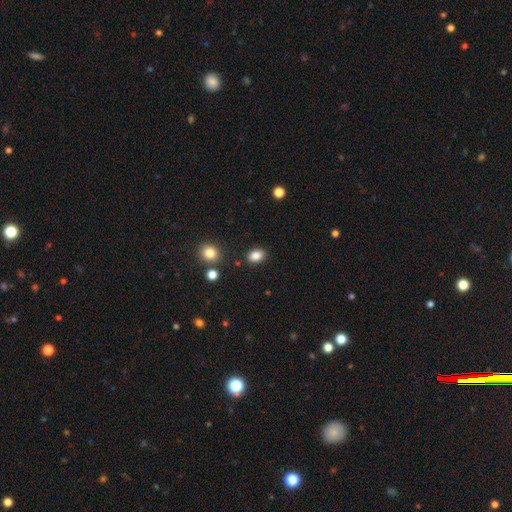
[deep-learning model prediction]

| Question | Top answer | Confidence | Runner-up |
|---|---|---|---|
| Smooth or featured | smooth | 86% | star or artifact (10%) |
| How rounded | in between | 72% | round (27%) |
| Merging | none | 85% | minor disturbance (10%) |